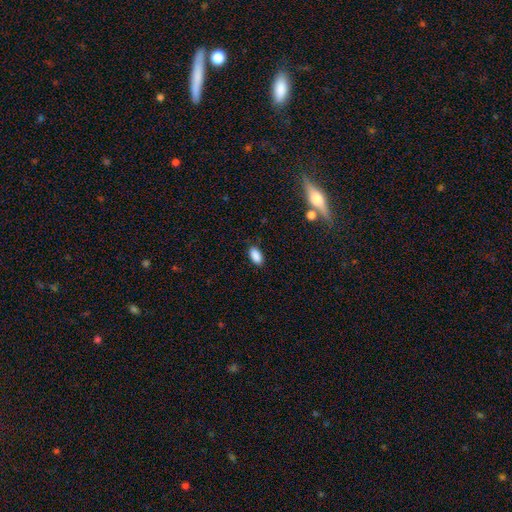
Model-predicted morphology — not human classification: Smooth or featured: smooth — 88% (star or artifact — 8%)
How rounded: in between — 93% (round — 4%)
Merging: none — 85% (minor disturbance — 10%)